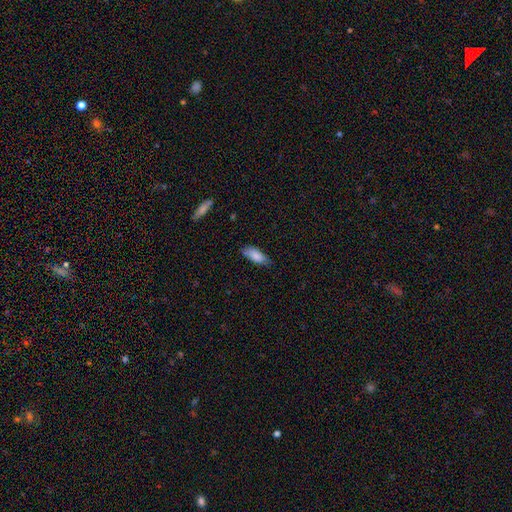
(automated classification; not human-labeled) A smooth galaxy with no disk features (84%) that is in between round and cigar-shaped (77%).

Vote fractions:
- Smooth or featured? smooth: 84% / featured or disk: 10% / star or artifact: 6%
- How rounded? in between: 77% / cigar-shaped: 21% / round: 2%
- Merging? none: 74% / minor disturbance: 21% / major disturbance: 3% / merger: 1%